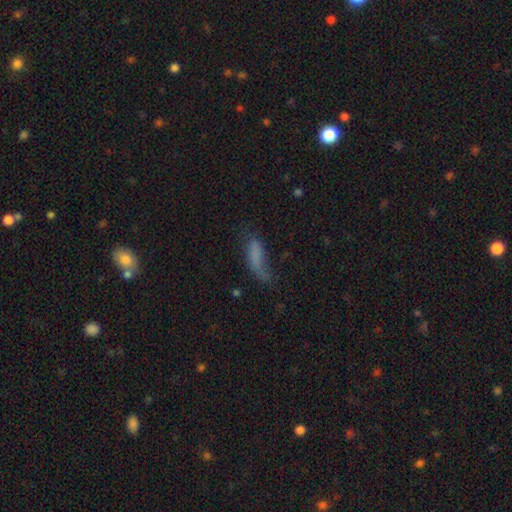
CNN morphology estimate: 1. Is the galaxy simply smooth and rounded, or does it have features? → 67% smooth, 21% featured or disk, 12% star or artifact.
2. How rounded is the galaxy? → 57% in between, 40% cigar-shaped, 3% round.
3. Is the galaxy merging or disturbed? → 36% none, 31% major disturbance, 30% minor disturbance, 4% merger.